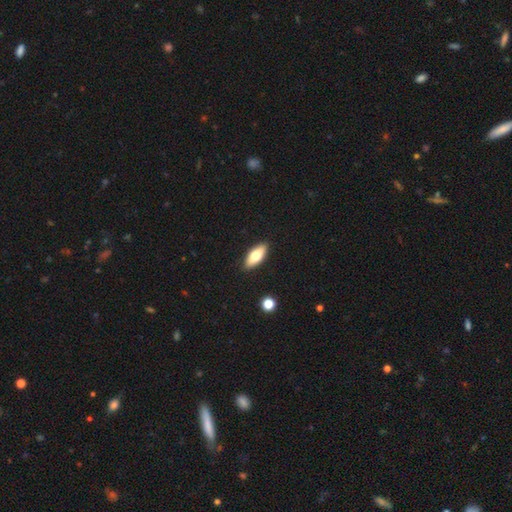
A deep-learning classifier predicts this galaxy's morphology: Overall: smooth (69%). How rounded: in between (79%). Merging: none (89%).